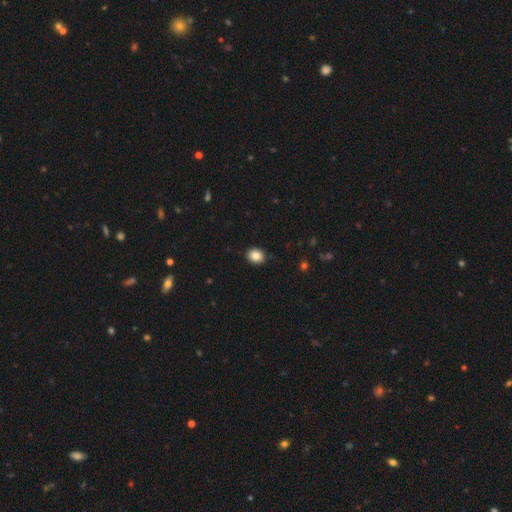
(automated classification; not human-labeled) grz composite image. It shows a smooth galaxy with no disk features (85%) that is round (62%). Merging: none (90%).